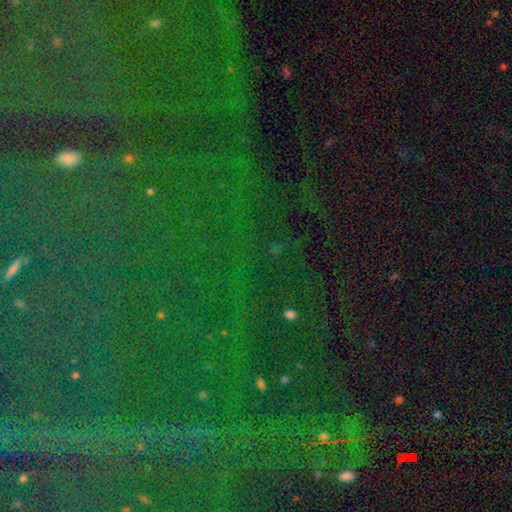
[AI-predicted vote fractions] This is clearly a star or artifact rather than a galaxy (81%).